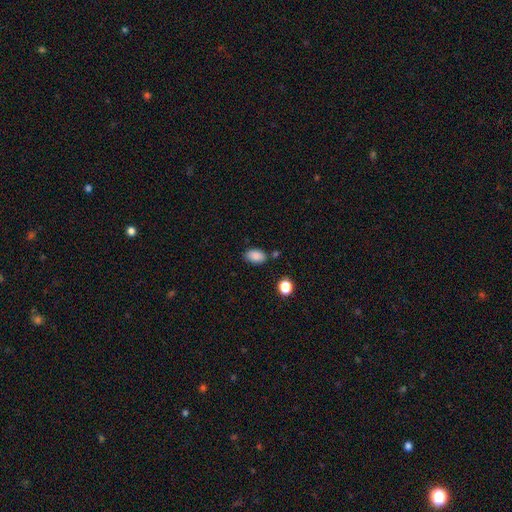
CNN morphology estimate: Smooth or featured? smooth (87%)
How rounded? in between (90%)
Merging? none (77%)